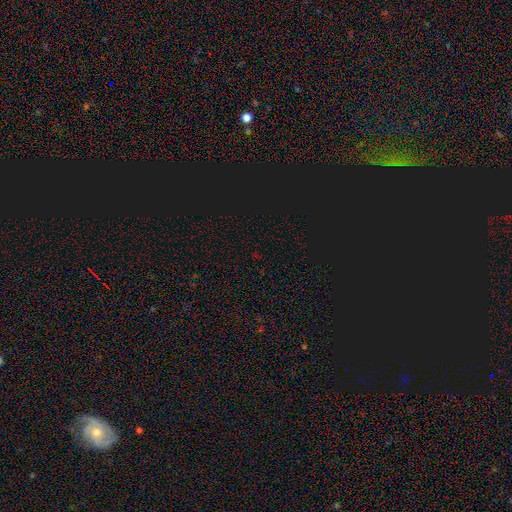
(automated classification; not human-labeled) smooth-or-featured: star or artifact: 76% | smooth: 18% | featured or disk: 6%